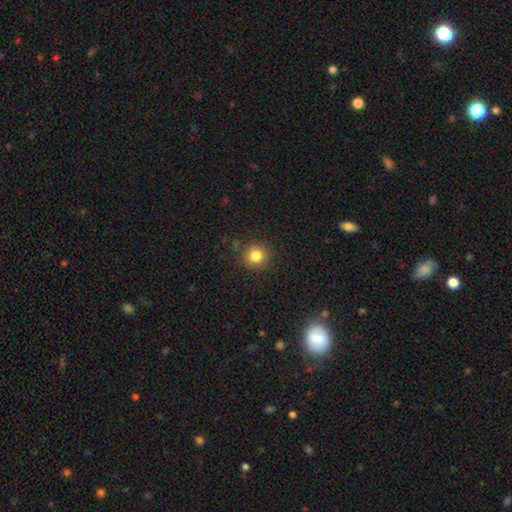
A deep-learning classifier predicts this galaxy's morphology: This is clearly a smooth galaxy (82%). How rounded: clearly round (90%). Merging: clearly none (85%).